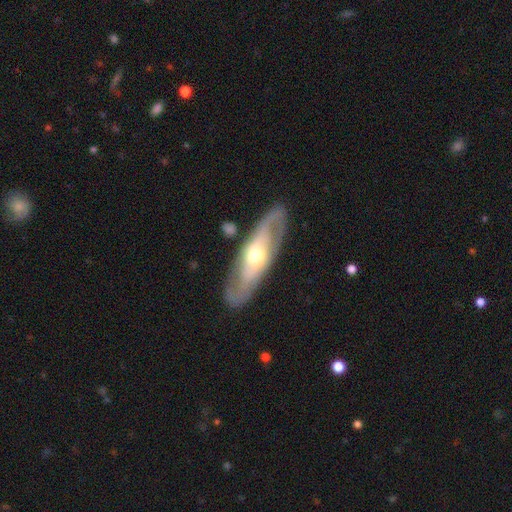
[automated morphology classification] type=featured or disk (70%); edge-on=no (77%); bar=no (65%); spiral arms=yes (62%); bulge=moderate (64%); merging=none (83%).